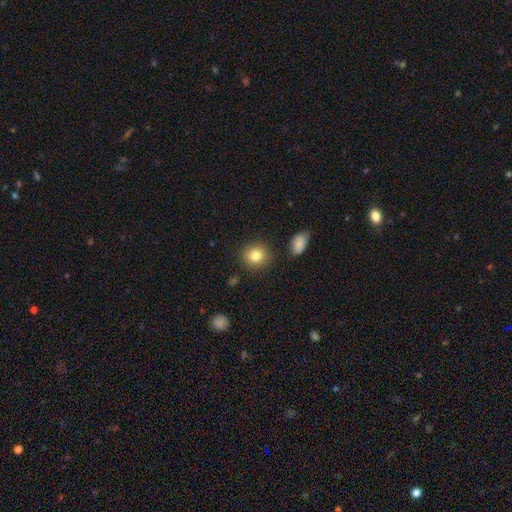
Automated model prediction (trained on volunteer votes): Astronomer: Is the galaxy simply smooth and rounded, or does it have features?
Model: smooth — 82%.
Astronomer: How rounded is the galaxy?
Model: round — 84%.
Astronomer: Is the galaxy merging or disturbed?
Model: none — 87%.